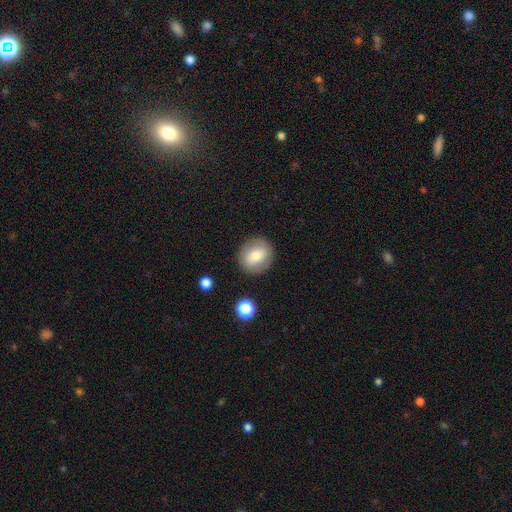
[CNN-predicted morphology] Smooth or featured?
  - smooth: 70% *
  - featured or disk: 21%
  - star or artifact: 9%
How rounded?
  - round: 83% *
  - in between: 16%
  - cigar-shaped: 1%
Merging?
  - none: 88% *
  - minor disturbance: 8%
  - major disturbance: 3%
  - merger: 2%